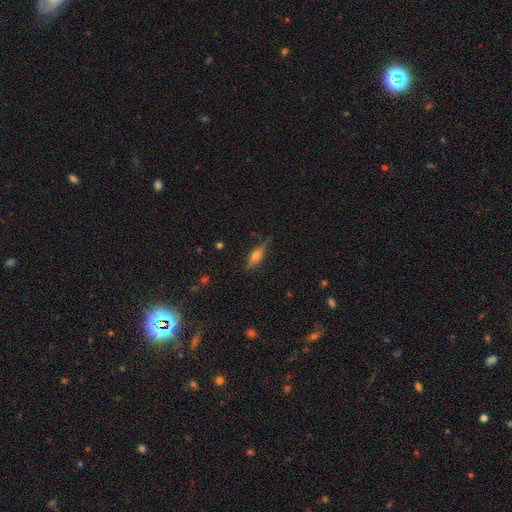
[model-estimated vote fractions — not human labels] This appears to be a featured or disk galaxy (57%) viewed edge-on (94%) with a rounded central bulge (85%). Merging: none (82%).